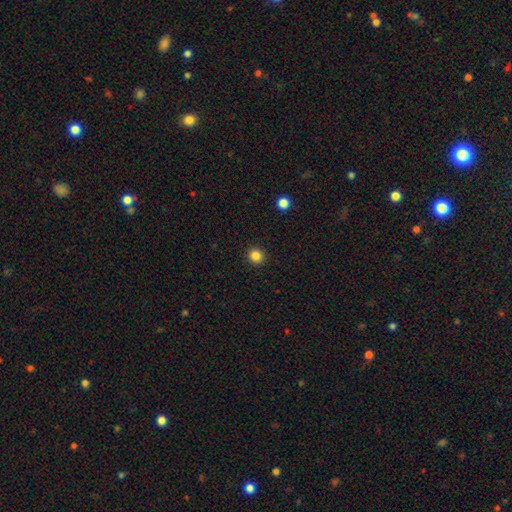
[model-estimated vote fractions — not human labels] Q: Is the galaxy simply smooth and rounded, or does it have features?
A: smooth — 85%.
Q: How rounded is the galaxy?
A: round — 91%.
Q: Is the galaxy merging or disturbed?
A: none — 93%.